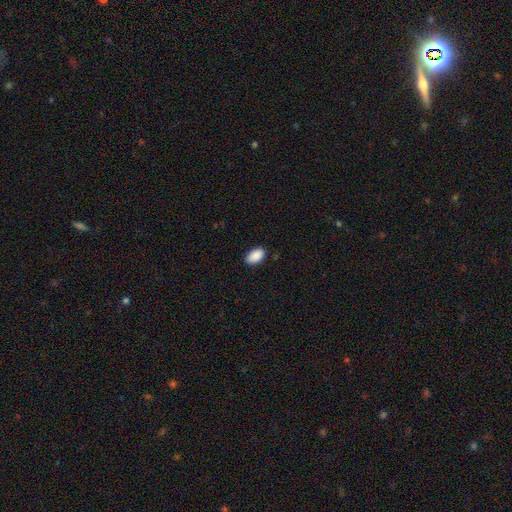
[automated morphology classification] smooth-or-featured: smooth: 91% | star or artifact: 7% | featured or disk: 3%
  how-rounded: in between: 94% | round: 5% | cigar-shaped: 1%
  merging: none: 87% | minor disturbance: 10% | major disturbance: 2% | merger: 1%